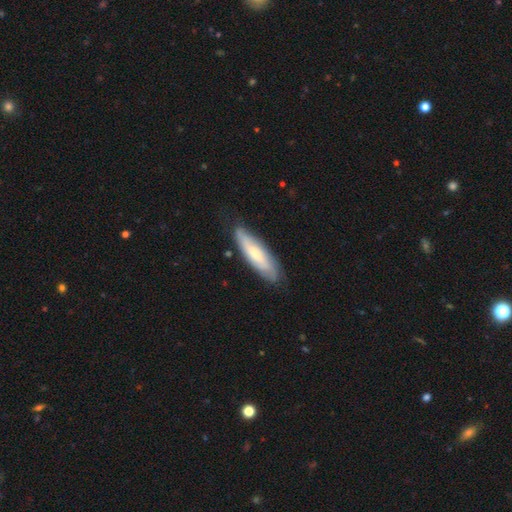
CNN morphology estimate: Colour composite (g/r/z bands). It shows a smooth galaxy with no disk features (52%) that is cigar-shaped (62%). Merging: none (80%).